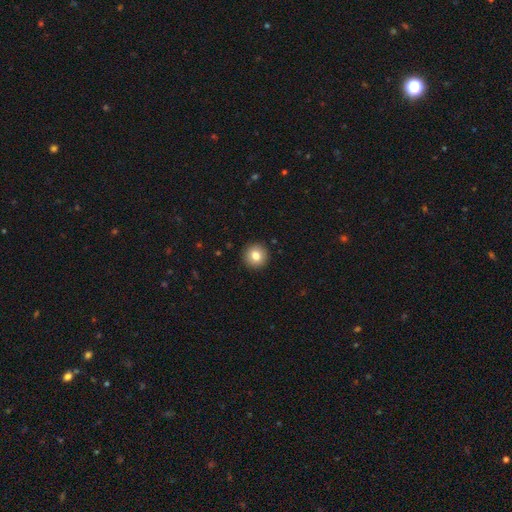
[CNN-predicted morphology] A smooth galaxy with no disk features (81%) that is round (96%). Merging: none (93%).